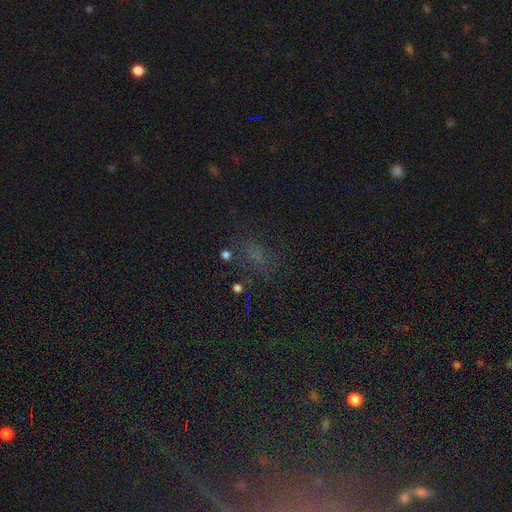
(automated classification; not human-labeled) Overall: star or artifact (43%, tied with smooth).